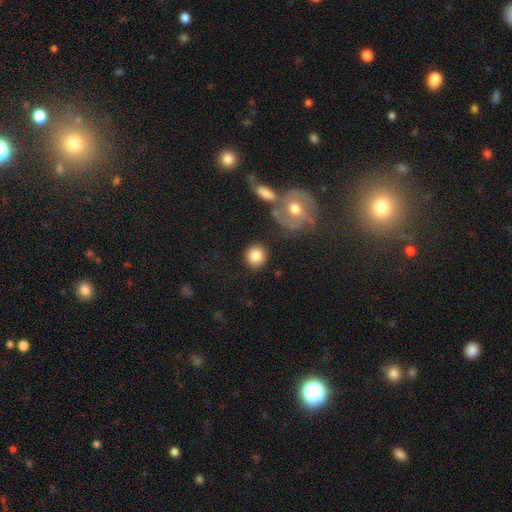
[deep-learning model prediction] smooth_or_featured: smooth (p=0.83) [alt: featured or disk p=0.09]
how_rounded: round (p=0.87) [alt: in between p=0.12]
merging: none (p=0.80) [alt: minor disturbance p=0.10]